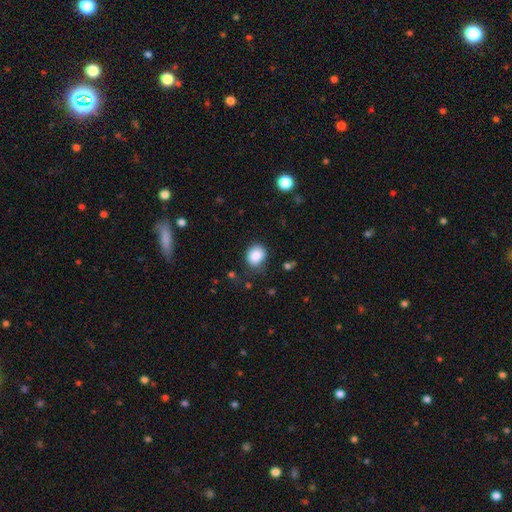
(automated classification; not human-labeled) Smooth or featured: smooth — 87% (star or artifact — 9%)
How rounded: round — 61% (in between — 38%)
Merging: none — 77% (minor disturbance — 17%)